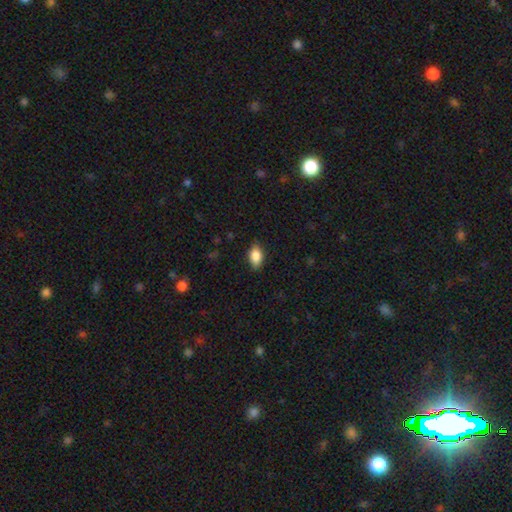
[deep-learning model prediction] Smooth or featured? Predicted: smooth (p=0.85). How rounded? Predicted: in between (p=0.90). Merging? Predicted: none (p=0.84).